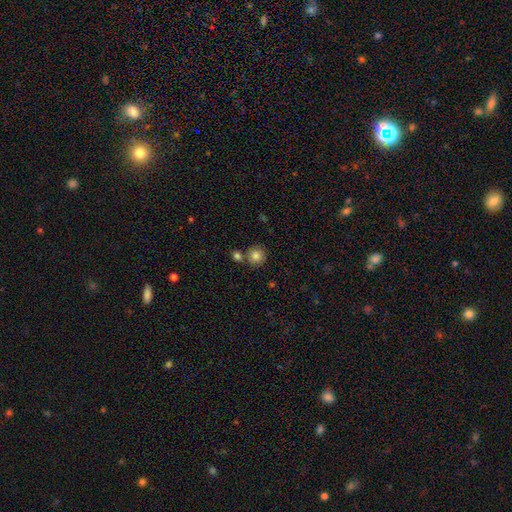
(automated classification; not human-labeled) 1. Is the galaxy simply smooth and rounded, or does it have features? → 83% smooth, 9% star or artifact, 7% featured or disk.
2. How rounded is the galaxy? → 90% round, 9% in between, 1% cigar-shaped.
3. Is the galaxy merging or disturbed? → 71% none, 17% merger, 9% minor disturbance, 3% major disturbance.